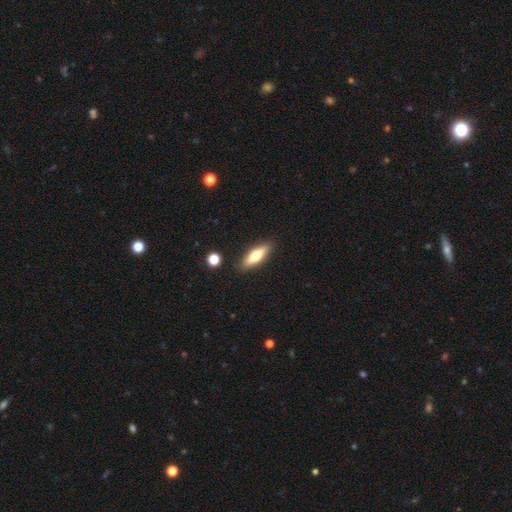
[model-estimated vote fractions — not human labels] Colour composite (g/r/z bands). It shows a smooth galaxy with no disk features (58%) that is cigar-shaped (52%). Merging: none (88%).